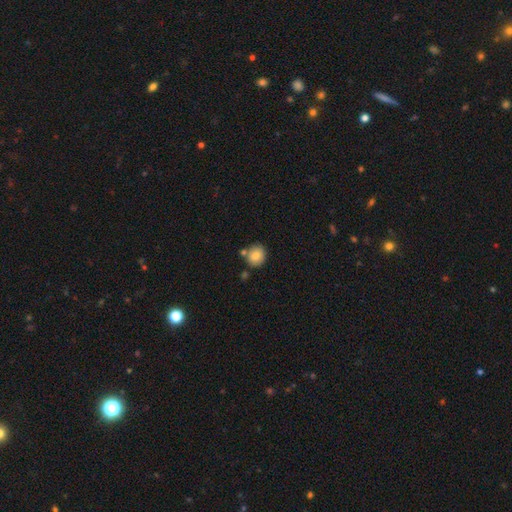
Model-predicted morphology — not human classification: Q: Smooth or featured?
A: smooth (82%); runner-up: featured or disk (9%)
Q: How rounded?
A: round (79%); runner-up: in between (20%)
Q: Merging?
A: none (69%); runner-up: merger (14%)